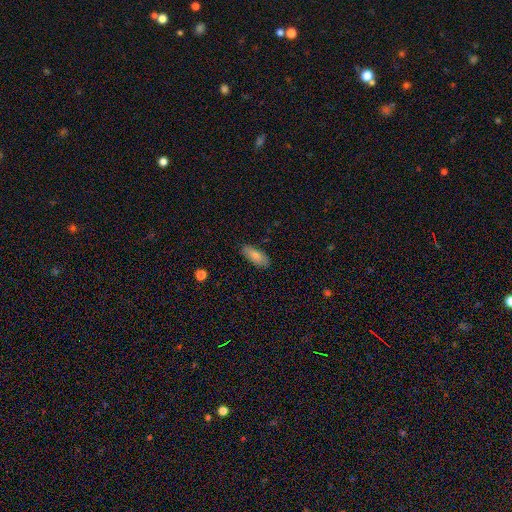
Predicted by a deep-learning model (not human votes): Overall: smooth (82%). How rounded: in between (78%). Merging: none (84%).